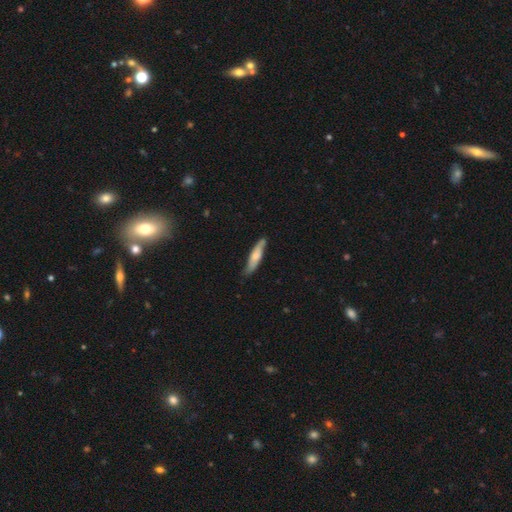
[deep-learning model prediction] This appears to be a smooth galaxy with no disk features (59%) that is cigar-shaped (78%). Merging: none (76%).